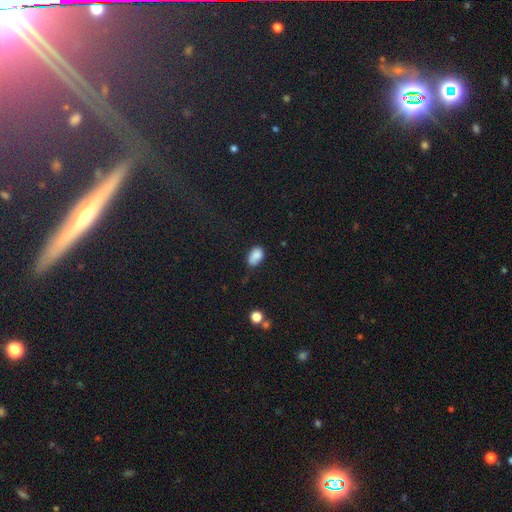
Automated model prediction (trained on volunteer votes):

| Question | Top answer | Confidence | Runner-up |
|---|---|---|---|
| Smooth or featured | smooth | 83% | star or artifact (9%) |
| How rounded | in between | 88% | round (11%) |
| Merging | none | 56% | minor disturbance (33%) |